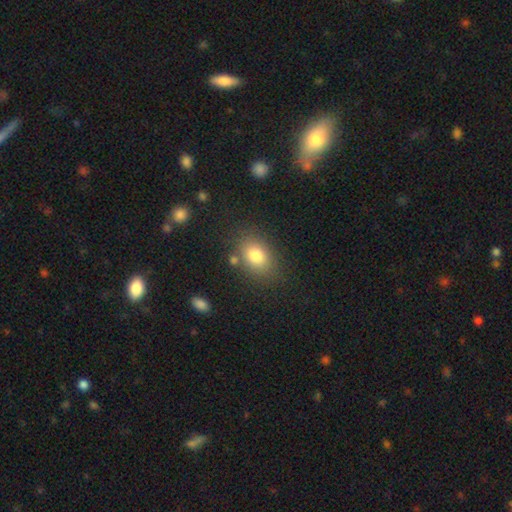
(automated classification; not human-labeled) Morphology: type=smooth (80%); roundness=in between (73%); merging=none (77%).